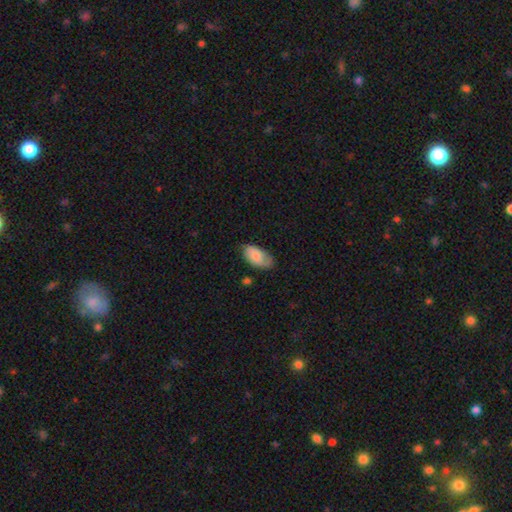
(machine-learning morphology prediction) type=smooth (70%); roundness=in between (94%); merging=none (70%).